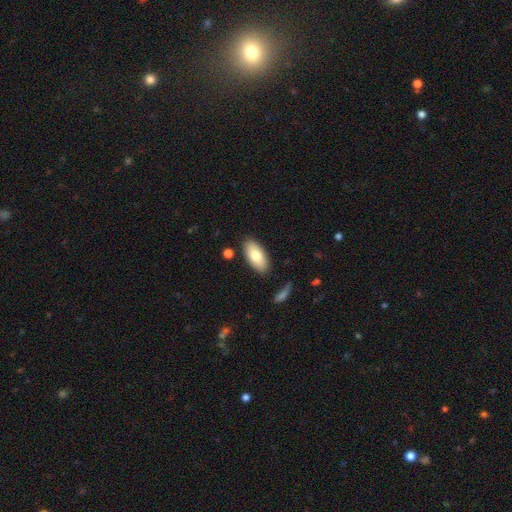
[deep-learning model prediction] The model was most divided on "smooth or featured": smooth: 78%, featured or disk: 16%, star or artifact: 6%. More confident: how rounded — in between (91%); merging — none (86%).